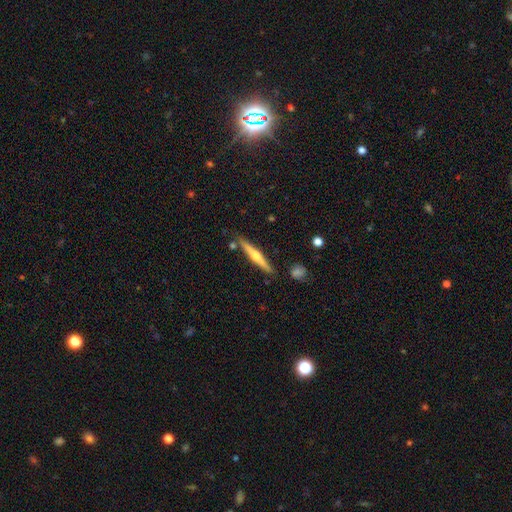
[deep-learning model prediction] Morphology: type=featured or disk (62%); edge-on=yes (97%); edge-on bulge=rounded (87%); merging=none (86%).